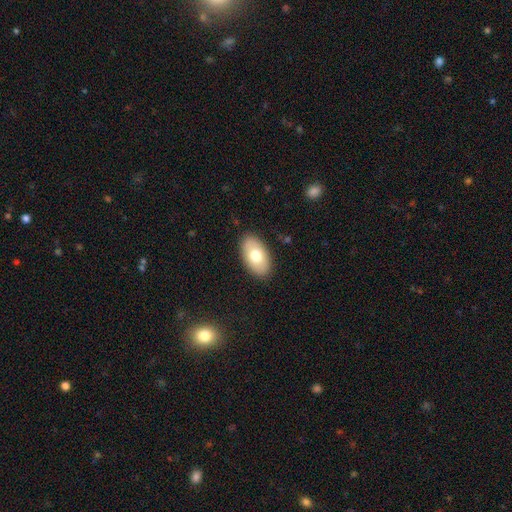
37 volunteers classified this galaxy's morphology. type=smooth (76%); roundness=in between (93%); merging=none (86%).